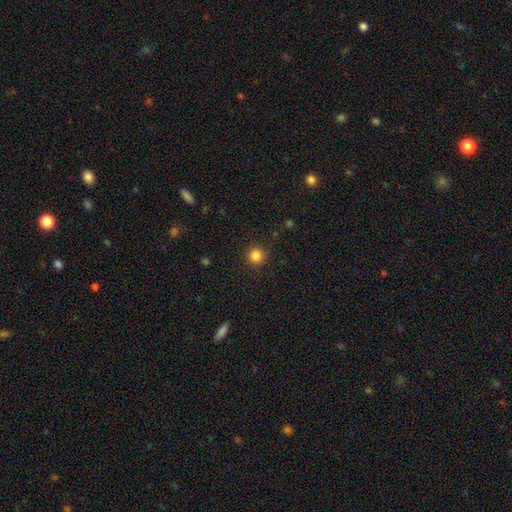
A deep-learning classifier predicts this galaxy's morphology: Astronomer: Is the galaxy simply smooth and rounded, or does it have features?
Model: smooth — 84%.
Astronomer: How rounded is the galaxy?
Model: round — 94%.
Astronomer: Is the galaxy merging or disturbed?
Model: none — 91%.